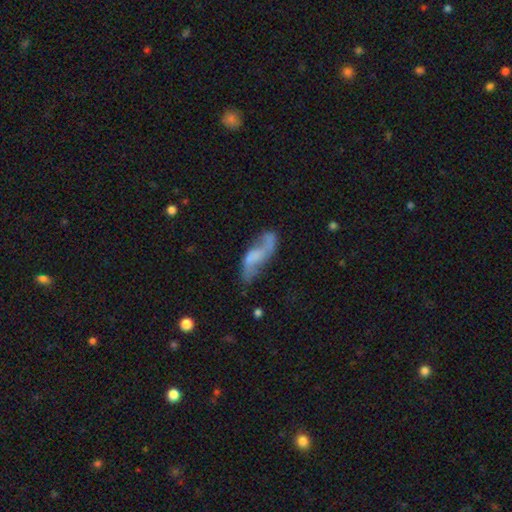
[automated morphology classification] smooth-or-featured: featured or disk: 64% | smooth: 28% | star or artifact: 8%
  disk-edge-on: no: 87% | yes: 13%
    bar: no: 51% | weak: 36% | strong: 14%
    has-spiral-arms: yes: 82% | no: 18%
    bulge-size: none: 51% | small: 22% | moderate: 18% | large: 8% | dominant: 2%
  merging: none: 51% | minor disturbance: 23% | major disturbance: 18% | merger: 8%